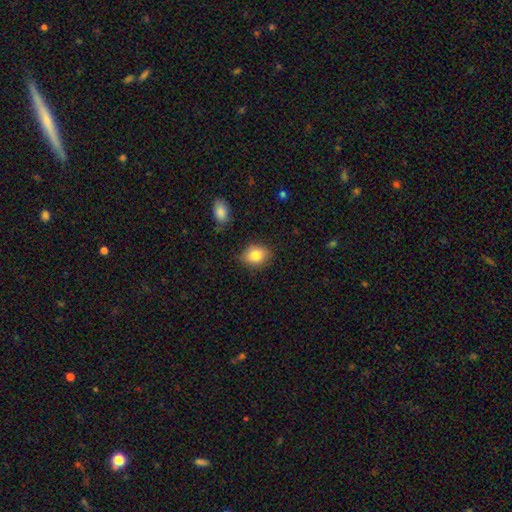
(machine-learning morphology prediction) Smooth or featured? Predicted: smooth (p=0.82). How rounded? Predicted: in between (p=0.51). Merging? Predicted: none (p=0.78).